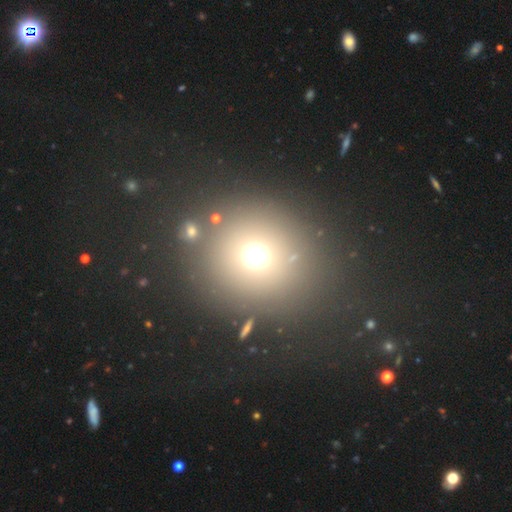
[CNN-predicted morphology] Q: Smooth or featured?
A: smooth (67%); runner-up: star or artifact (22%)
Q: How rounded?
A: round (88%); runner-up: in between (11%)
Q: Merging?
A: none (78%); runner-up: merger (8%)